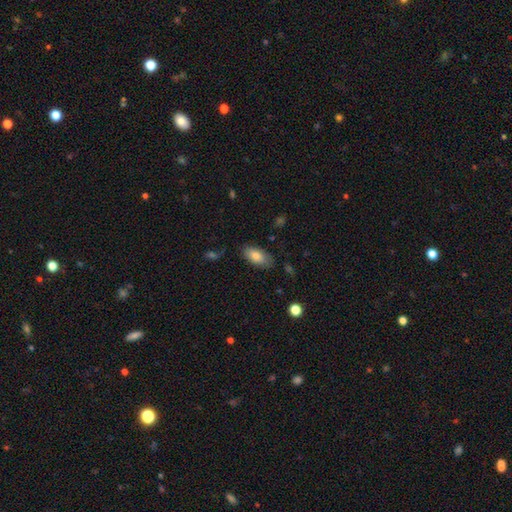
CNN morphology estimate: This appears to be a smooth galaxy with no disk features (80%) that is in between round and cigar-shaped (92%). Merging: none (78%).